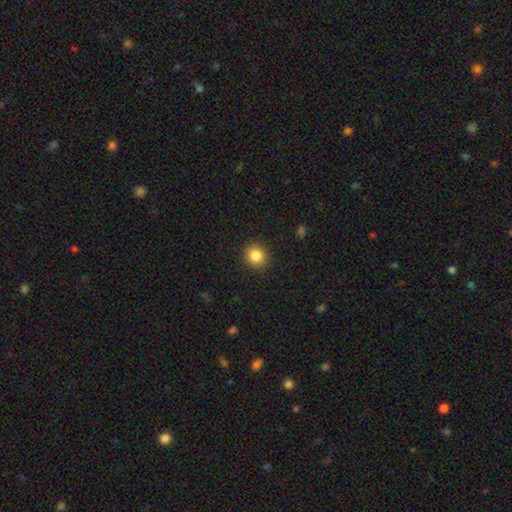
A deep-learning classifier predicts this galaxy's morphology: smooth_or_featured: smooth (p=0.85) [alt: star or artifact p=0.10]
how_rounded: round (p=0.87) [alt: in between p=0.12]
merging: none (p=0.91) [alt: minor disturbance p=0.07]